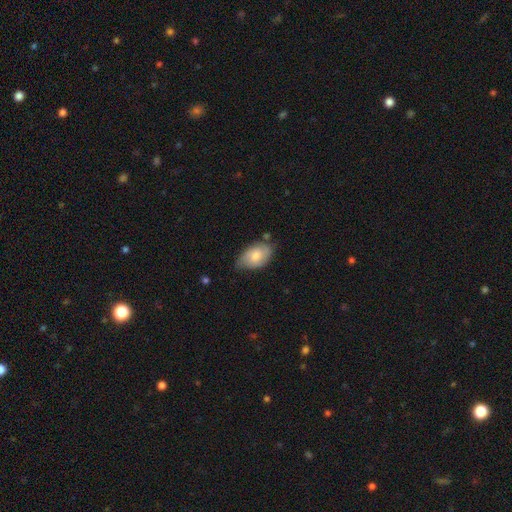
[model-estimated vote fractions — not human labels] A smooth galaxy with no disk features (67%) that is in between round and cigar-shaped (91%). Merging: none (57%).